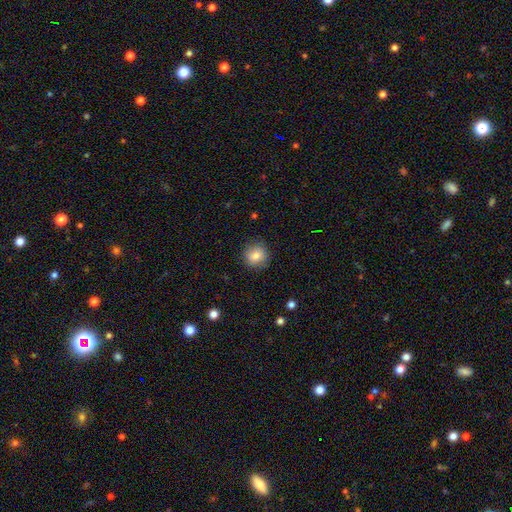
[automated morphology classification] Smooth or featured: smooth — 82% (star or artifact — 10%)
How rounded: round — 89% (in between — 10%)
Merging: none — 87% (minor disturbance — 9%)